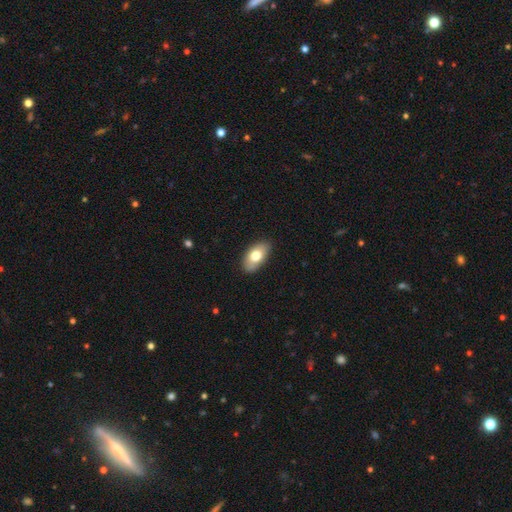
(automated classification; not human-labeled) A smooth galaxy with no disk features (73%) that is in between round and cigar-shaped (93%). Merging: none (83%).